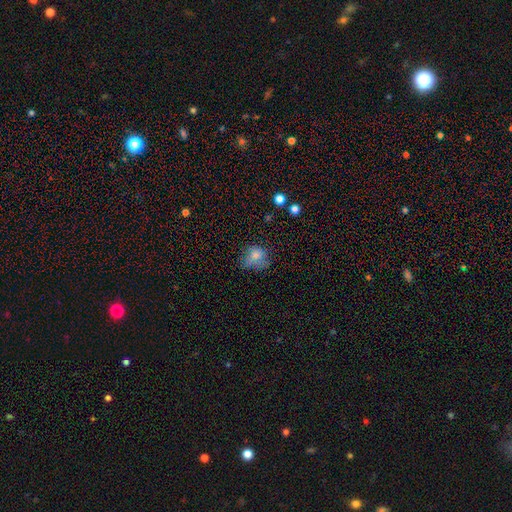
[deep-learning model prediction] The model was most divided on "merging": none: 46%, minor disturbance: 30%, major disturbance: 21%, merger: 3%. More confident: smooth or featured — smooth (73%); how rounded — round (59%).